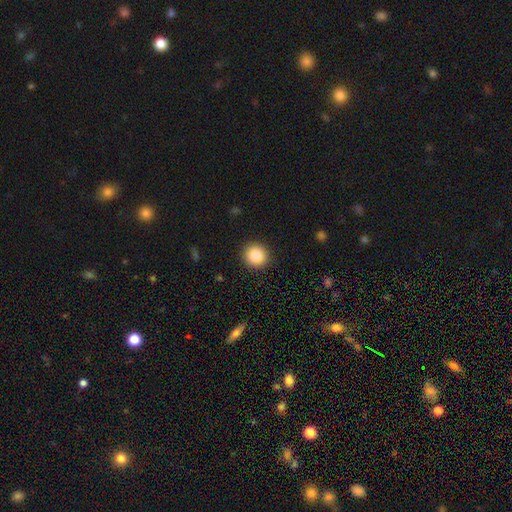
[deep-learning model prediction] A smooth galaxy with no disk features (87%) that is round (92%). Merging: none (92%).